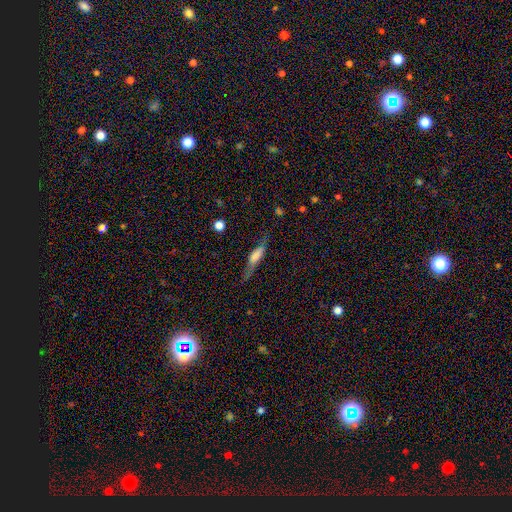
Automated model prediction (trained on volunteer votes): Q: Smooth or featured?
A: smooth (48%); runner-up: featured or disk (44%)
Q: Merging?
A: none (58%); runner-up: minor disturbance (25%)